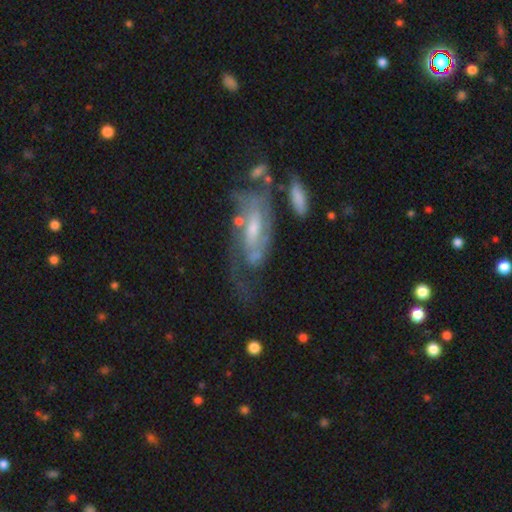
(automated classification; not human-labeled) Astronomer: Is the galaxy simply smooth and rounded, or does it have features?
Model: featured or disk — 76%.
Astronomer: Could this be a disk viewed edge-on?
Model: no — 88%.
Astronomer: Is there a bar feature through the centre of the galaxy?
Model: no — 44% (runner-up: weak, 42%).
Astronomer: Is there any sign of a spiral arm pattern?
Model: yes — 84%.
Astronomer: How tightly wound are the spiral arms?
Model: medium — 42% (runner-up: tight, 33%).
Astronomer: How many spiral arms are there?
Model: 2 — 44% (runner-up: can't tell, 34%).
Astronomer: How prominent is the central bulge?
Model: small — 45% (runner-up: moderate, 43%).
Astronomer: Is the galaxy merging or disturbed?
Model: none — 40% (runner-up: major disturbance, 28%).